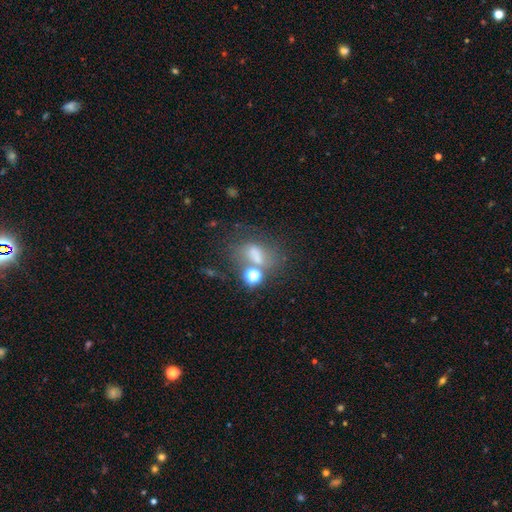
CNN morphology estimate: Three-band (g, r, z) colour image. It shows a smooth galaxy with no disk features (55%) that is in between round and cigar-shaped (60%). Merging: none (38%).